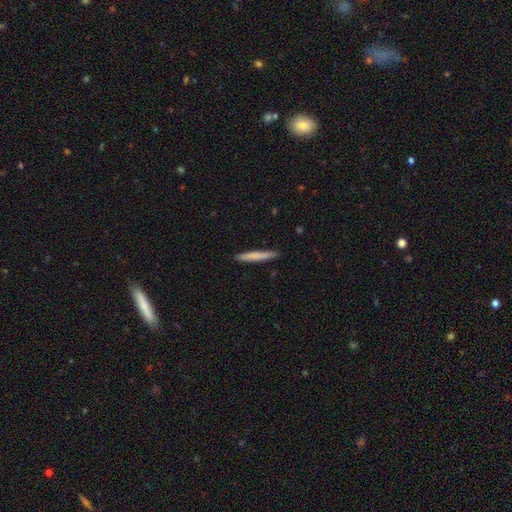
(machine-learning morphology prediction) A smooth galaxy with no disk features (71%) that is cigar-shaped (96%). Merging: none (90%).